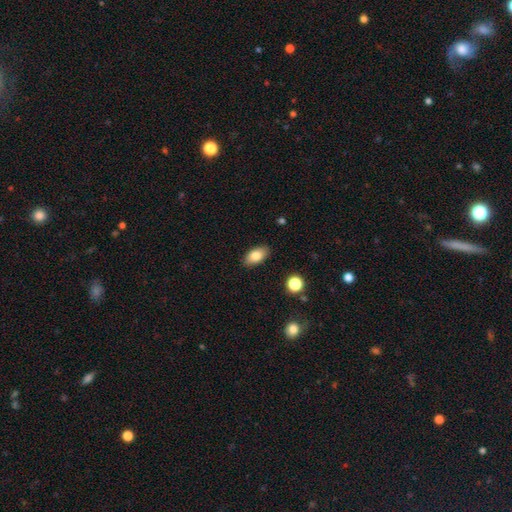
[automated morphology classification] Smooth or featured? smooth (83%)
How rounded? in between (92%)
Merging? none (87%)